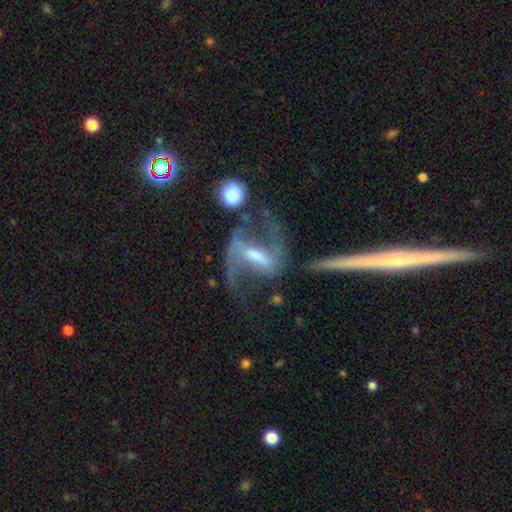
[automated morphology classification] A featured or disk galaxy (84%) with a strong bar (56%), 2 (90%) loose (65%) spiral arms (89%) and a moderate central bulge (45%).

Vote fractions:
- Smooth or featured? featured or disk: 84% / smooth: 10% / star or artifact: 7%
- Edge-on disk? no: 93% / yes: 7%
- Bar? strong: 56% / weak: 33% / no: 11%
- Spiral arms? yes: 89% / no: 11%
- Spiral winding? loose: 65% / medium: 28% / tight: 6%
- Spiral arm count? 2: 90% / can't tell: 3% / 1: 3% / 3: 1% / 4: 1% / more than 4: 1%
- Bulge size? moderate: 45% / small: 26% / large: 14% / none: 12% / dominant: 2%
- Merging? none: 49% / major disturbance: 26% / minor disturbance: 16% / merger: 9%